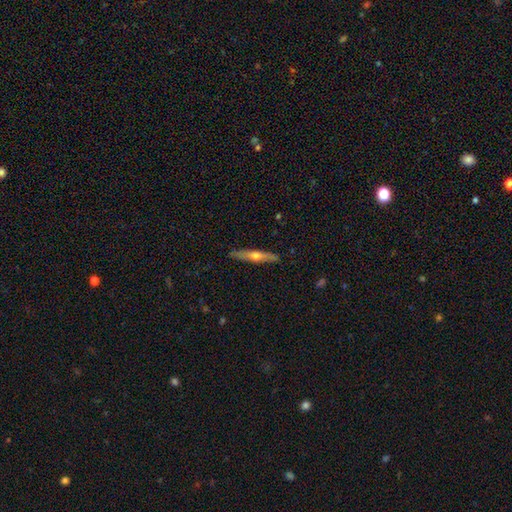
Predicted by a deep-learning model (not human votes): Smooth or featured? Predicted: featured or disk (p=0.61). Edge-on disk? Predicted: yes (p=0.93). Edge-on bulge? Predicted: rounded (p=0.89). Merging? Predicted: none (p=0.89).